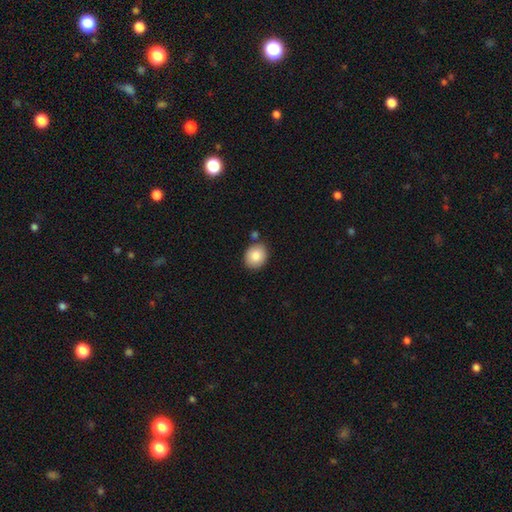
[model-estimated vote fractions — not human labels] smooth 85%, featured or disk 7%, star or artifact 7%. Down the decision tree: how rounded — round (61%); merging — none (79%).